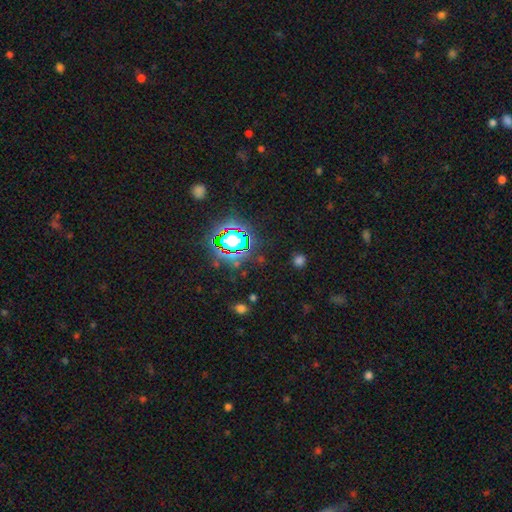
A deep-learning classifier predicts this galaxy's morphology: This is likely a star or artifact rather than a galaxy (79%).